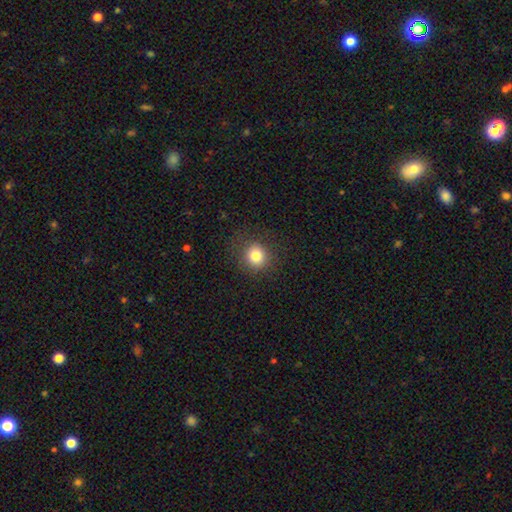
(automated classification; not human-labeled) Q: Smooth or featured?
A: smooth (81%); runner-up: star or artifact (12%)
Q: How rounded?
A: round (88%); runner-up: in between (11%)
Q: Merging?
A: none (87%); runner-up: minor disturbance (8%)